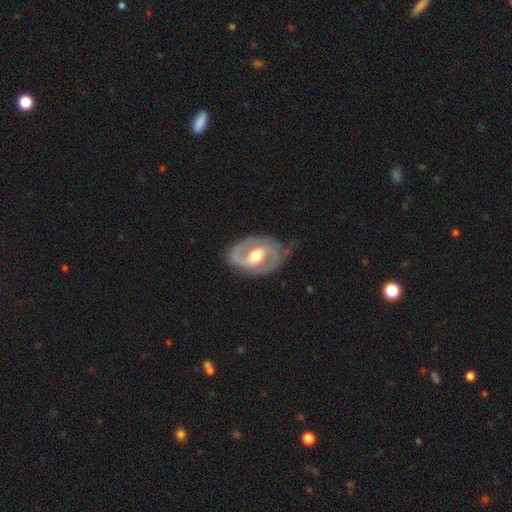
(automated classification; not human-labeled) Morphology: type=featured or disk (88%); edge-on=no (97%); bar=weak (47%); spiral arms=yes (94%); winding=medium (51%); arm count=2 (88%); bulge=moderate (74%); merging=none (72%).